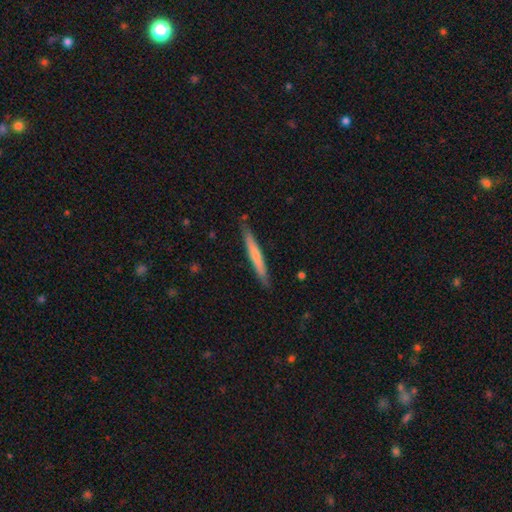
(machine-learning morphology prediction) This appears to be a smooth galaxy with no disk features (55%) that is cigar-shaped (96%). Merging: none (86%).